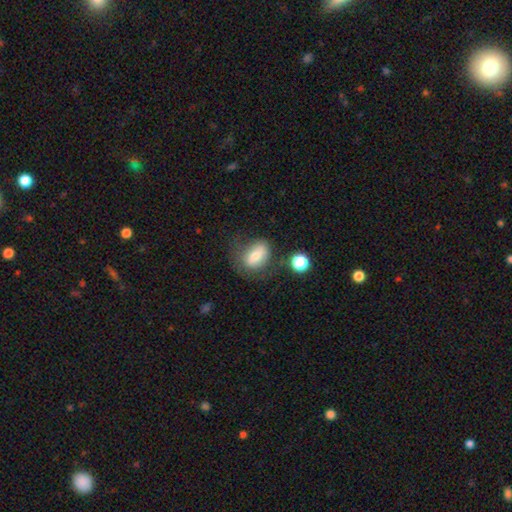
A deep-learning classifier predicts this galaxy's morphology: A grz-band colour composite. It shows a smooth galaxy with no disk features (69%) that is in between round and cigar-shaped (75%). Merging: none (52%).